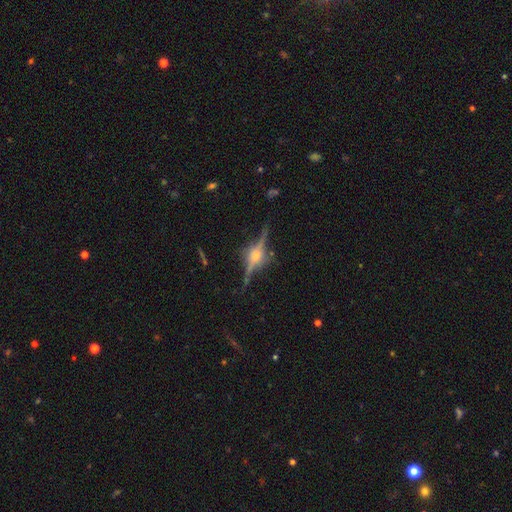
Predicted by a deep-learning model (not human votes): This is clearly a featured or disk galaxy (86%). It is clearly viewed edge-on (96%). Edge-on bulge: clearly rounded (94%). Merging: clearly none (83%).